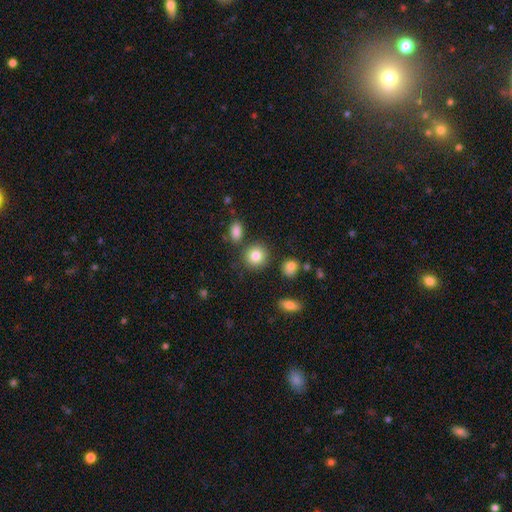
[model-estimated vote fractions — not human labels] Q: Smooth or featured?
A: smooth (83%); runner-up: star or artifact (9%)
Q: How rounded?
A: round (86%); runner-up: in between (13%)
Q: Merging?
A: none (82%); runner-up: minor disturbance (9%)